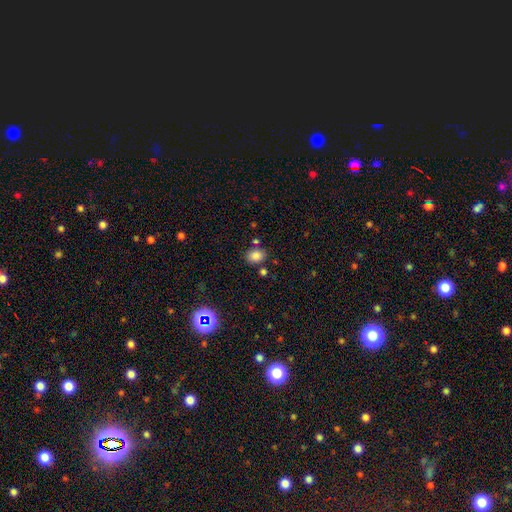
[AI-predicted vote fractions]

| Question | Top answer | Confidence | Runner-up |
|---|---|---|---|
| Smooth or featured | smooth | 82% | star or artifact (12%) |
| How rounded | in between | 66% | round (32%) |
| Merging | none | 77% | minor disturbance (12%) |